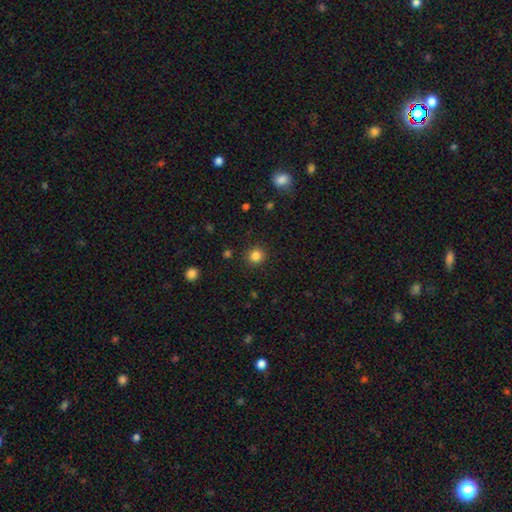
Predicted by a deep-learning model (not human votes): smooth_or_featured: smooth (p=0.84) [alt: star or artifact p=0.12]
how_rounded: round (p=0.89) [alt: in between p=0.10]
merging: none (p=0.89) [alt: minor disturbance p=0.07]